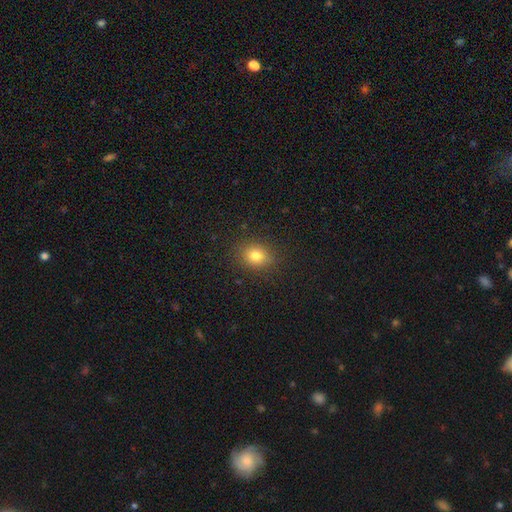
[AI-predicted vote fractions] This appears to be a smooth galaxy with no disk features (79%) that is round (55%). Merging: none (87%).